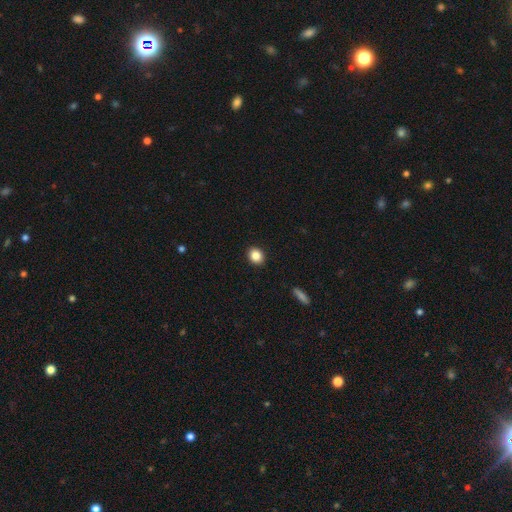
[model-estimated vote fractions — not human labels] A smooth galaxy with no disk features (86%) that is round (66%). Merging: none (92%).